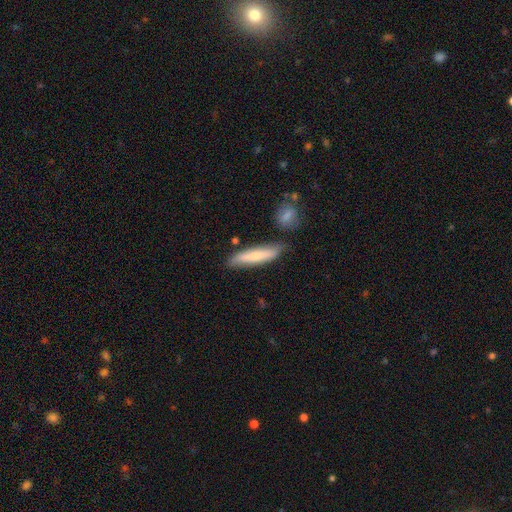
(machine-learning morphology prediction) This appears to be a smooth galaxy with no disk features (67%) that is cigar-shaped (81%). Merging: none (75%).